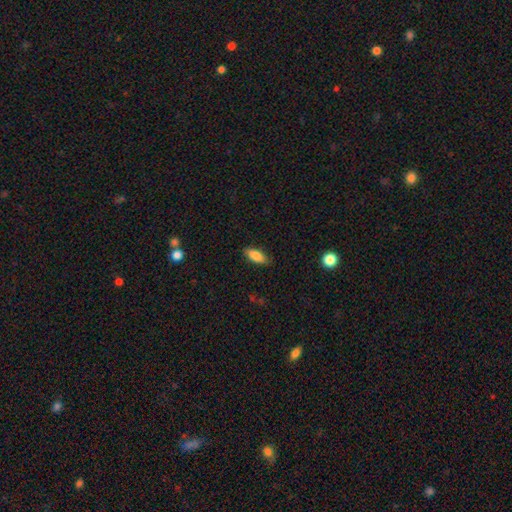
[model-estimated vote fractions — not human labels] A smooth galaxy with no disk features (81%) that is in between round and cigar-shaped (78%).

Vote fractions:
- Smooth or featured? smooth: 81% / featured or disk: 12% / star or artifact: 7%
- How rounded? in between: 78% / cigar-shaped: 20% / round: 2%
- Merging? none: 84% / minor disturbance: 12% / major disturbance: 2% / merger: 1%